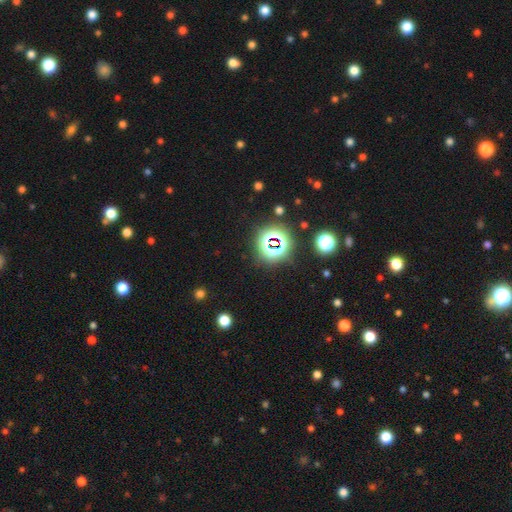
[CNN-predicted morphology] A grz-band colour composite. It shows a star or artifact, not a galaxy (81%).